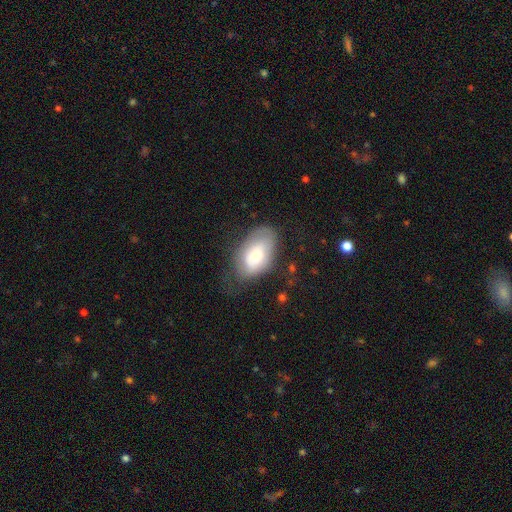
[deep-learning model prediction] Morphology: type=smooth (60%); roundness=in between (91%); merging=none (57%).